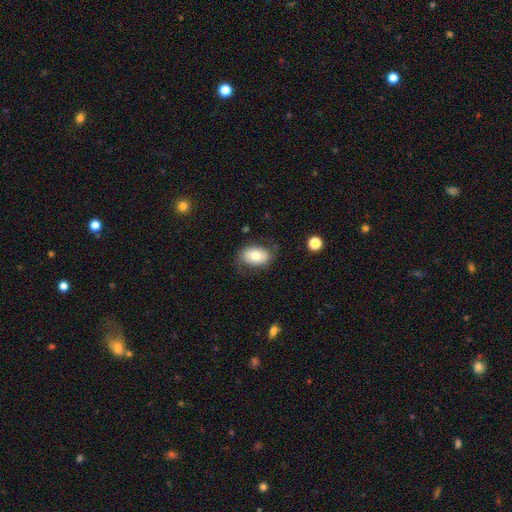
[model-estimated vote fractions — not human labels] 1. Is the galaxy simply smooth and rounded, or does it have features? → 72% smooth, 20% featured or disk, 7% star or artifact.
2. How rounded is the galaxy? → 87% in between, 11% round, 1% cigar-shaped.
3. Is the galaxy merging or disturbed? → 70% none, 21% minor disturbance, 8% major disturbance, 2% merger.